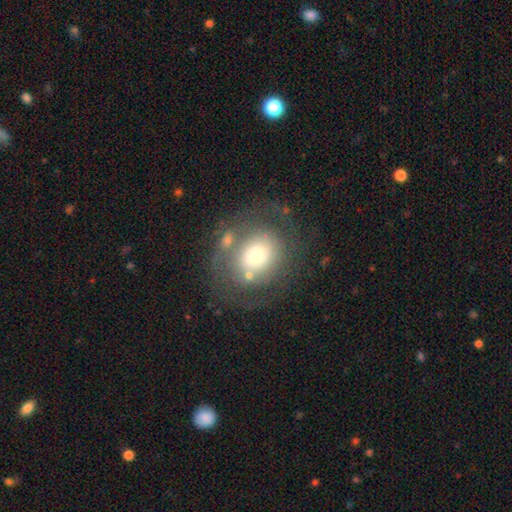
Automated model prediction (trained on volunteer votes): This appears to be a smooth galaxy with no disk features (46%). Merging: none (65%).